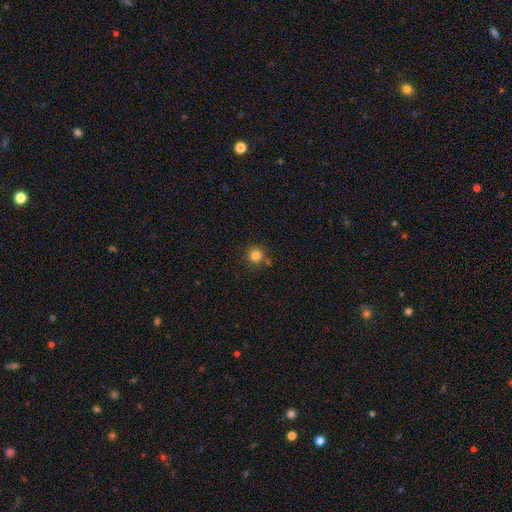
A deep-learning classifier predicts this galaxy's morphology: type=smooth (83%); roundness=round (94%); merging=none (78%).